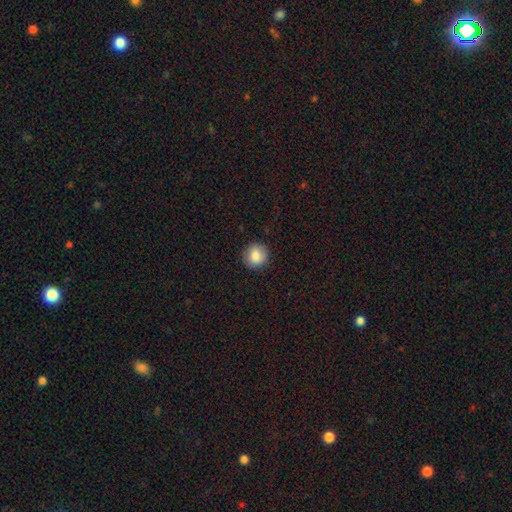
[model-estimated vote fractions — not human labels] The model was most divided on "smooth or featured": smooth: 85%, star or artifact: 9%, featured or disk: 6%. More confident: how rounded — round (93%); merging — none (90%).